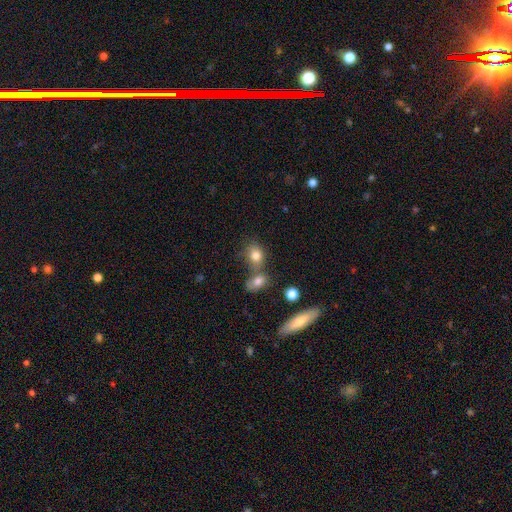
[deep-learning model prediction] Smooth or featured? Predicted: smooth (p=0.80). How rounded? Predicted: in between (p=0.56). Merging? Predicted: none (p=0.46).